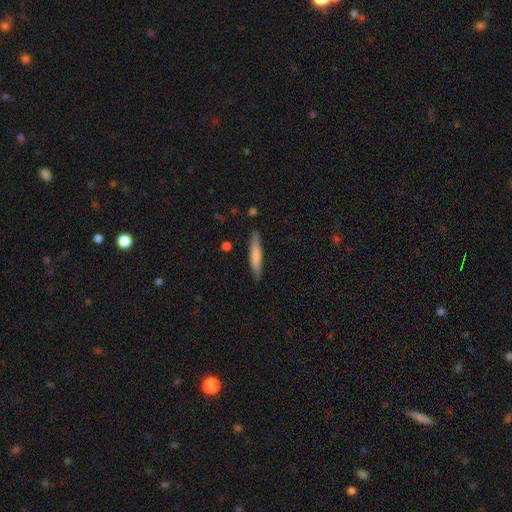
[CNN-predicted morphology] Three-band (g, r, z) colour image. It shows a smooth galaxy with no disk features (73%) that is cigar-shaped (91%). Merging: none (86%).